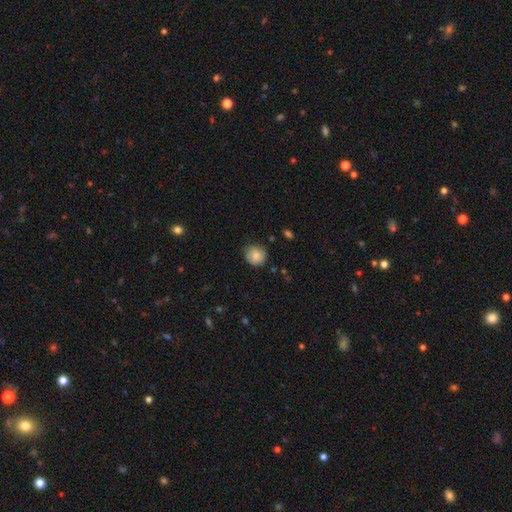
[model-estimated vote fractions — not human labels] Q: Smooth or featured?
A: smooth (83%); runner-up: featured or disk (9%)
Q: How rounded?
A: round (85%); runner-up: in between (14%)
Q: Merging?
A: none (75%); runner-up: minor disturbance (19%)